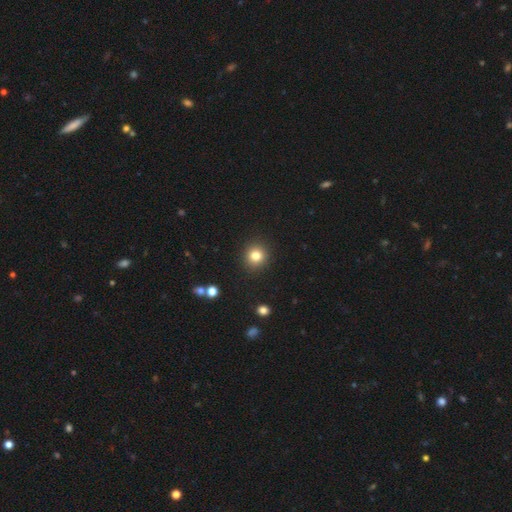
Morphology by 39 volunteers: Smooth or featured: smooth — 87% (star or artifact — 8%)
How rounded: round — 94% (in between — 6%)
Merging: none — 86% (minor disturbance — 11%)